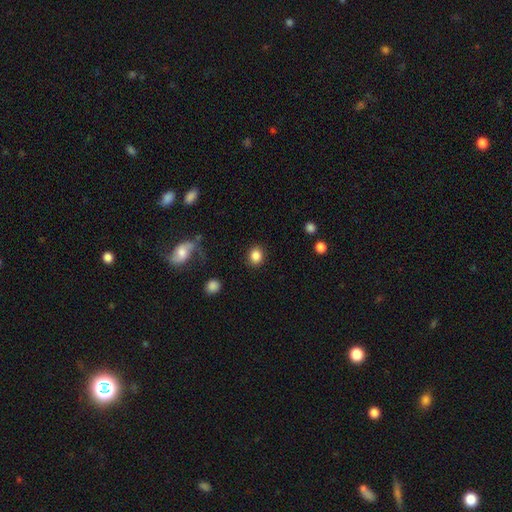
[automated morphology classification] Smooth or featured? smooth (86%)
How rounded? round (64%)
Merging? none (87%)